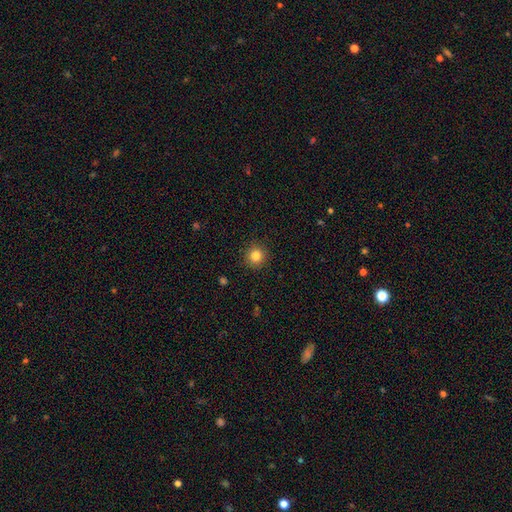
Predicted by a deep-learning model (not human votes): This appears to be a smooth galaxy with no disk features (83%) that is round (93%). Merging: none (91%).